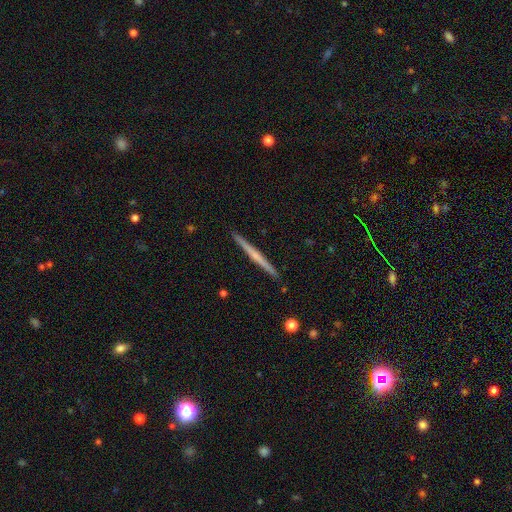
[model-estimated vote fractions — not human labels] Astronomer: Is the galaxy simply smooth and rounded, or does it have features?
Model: featured or disk — 62%.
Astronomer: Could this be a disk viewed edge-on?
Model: yes — 98%.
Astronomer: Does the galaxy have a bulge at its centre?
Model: none — 59% (runner-up: rounded, 35%).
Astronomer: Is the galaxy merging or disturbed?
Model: none — 92%.